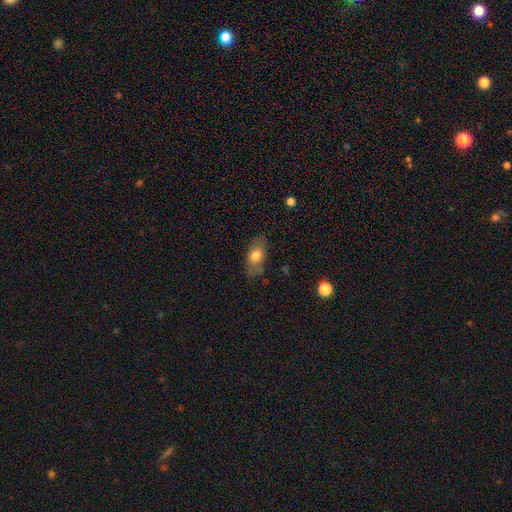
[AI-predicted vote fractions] Smooth or featured?
  - smooth: 72% *
  - featured or disk: 20%
  - star or artifact: 8%
How rounded?
  - in between: 85% *
  - round: 9%
  - cigar-shaped: 7%
Merging?
  - none: 69% *
  - minor disturbance: 21%
  - major disturbance: 7%
  - merger: 2%